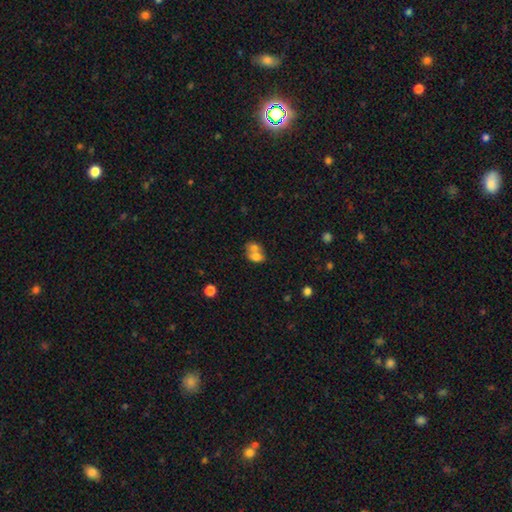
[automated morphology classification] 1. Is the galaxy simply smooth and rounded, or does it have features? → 70% smooth, 20% featured or disk, 10% star or artifact.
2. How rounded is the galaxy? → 64% in between, 34% round, 1% cigar-shaped.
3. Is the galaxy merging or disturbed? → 67% merger, 22% none, 7% minor disturbance, 4% major disturbance.